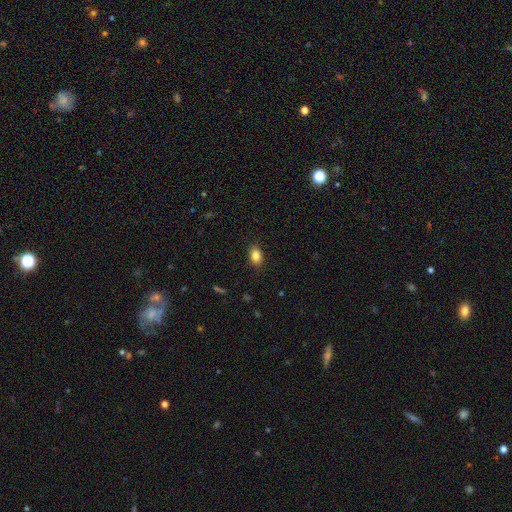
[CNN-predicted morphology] Smooth or featured: smooth — 84% (star or artifact — 9%)
How rounded: in between — 85% (round — 14%)
Merging: none — 88% (minor disturbance — 9%)